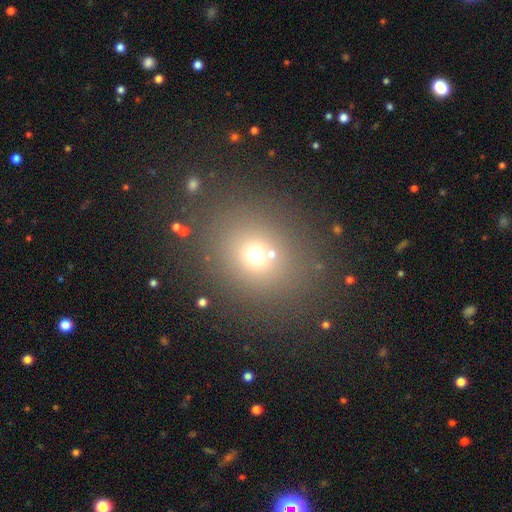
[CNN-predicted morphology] type=smooth (60%); roundness=round (66%); merging=none (77%).